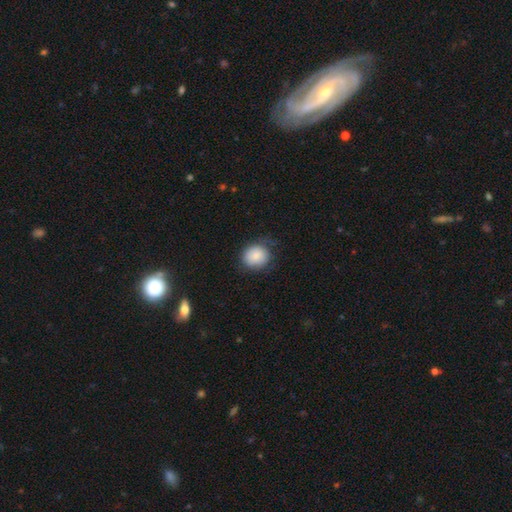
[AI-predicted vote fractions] This is clearly a smooth galaxy (83%). How rounded: likely round (73%). Merging: likely none (68%).